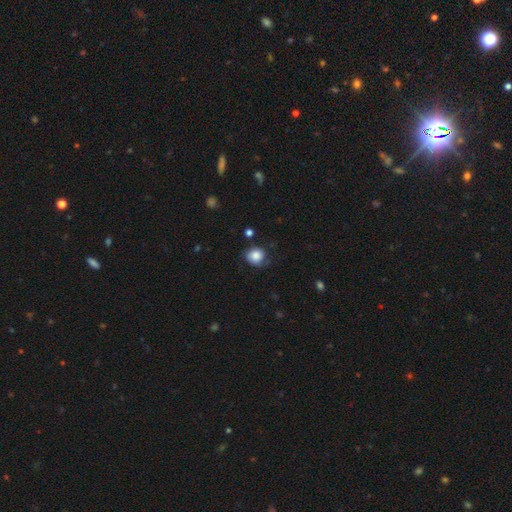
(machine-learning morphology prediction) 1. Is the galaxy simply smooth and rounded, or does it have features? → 81% smooth, 10% featured or disk, 9% star or artifact.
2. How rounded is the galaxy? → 81% round, 18% in between, 1% cigar-shaped.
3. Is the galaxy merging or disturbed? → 66% none, 24% minor disturbance, 8% major disturbance, 2% merger.